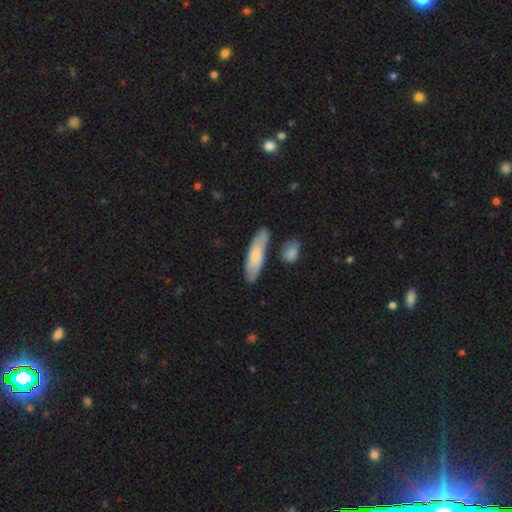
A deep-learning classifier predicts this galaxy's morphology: A smooth galaxy with no disk features (68%) that is cigar-shaped (61%).

Vote fractions:
- Smooth or featured? smooth: 68% / featured or disk: 26% / star or artifact: 5%
- How rounded? cigar-shaped: 61% / in between: 37% / round: 2%
- Merging? none: 73% / minor disturbance: 16% / merger: 8% / major disturbance: 4%